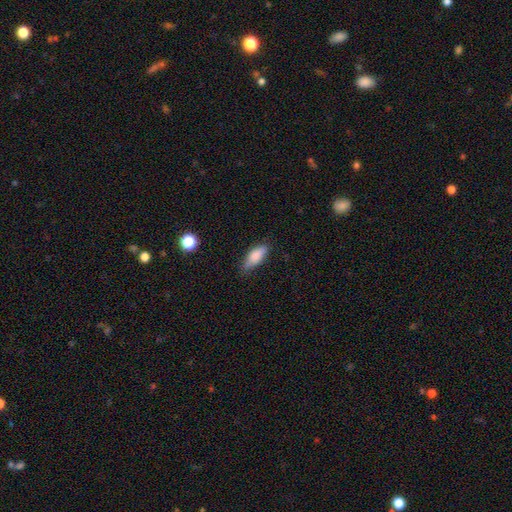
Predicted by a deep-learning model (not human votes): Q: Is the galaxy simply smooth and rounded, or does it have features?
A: smooth — 82%.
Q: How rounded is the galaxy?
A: in between — 75%.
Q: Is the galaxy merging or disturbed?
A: none — 63%.